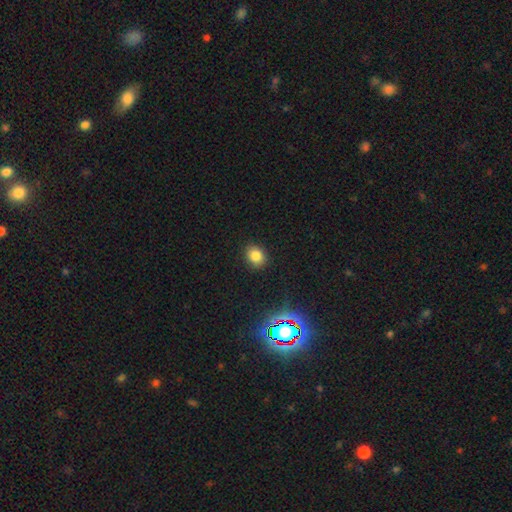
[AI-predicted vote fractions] smooth_or_featured: smooth (p=0.81) [alt: star or artifact p=0.14]
how_rounded: round (p=0.64) [alt: in between p=0.35]
merging: none (p=0.89) [alt: minor disturbance p=0.08]